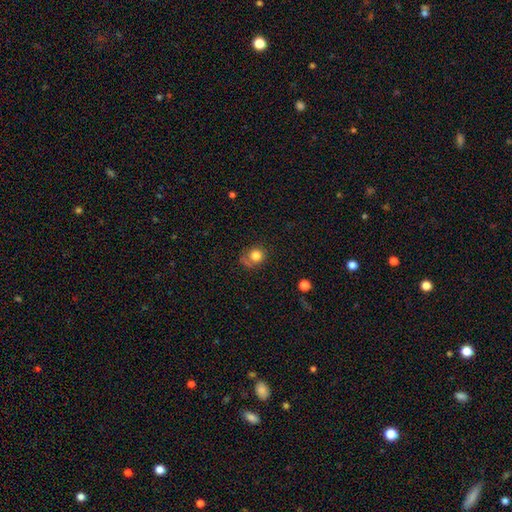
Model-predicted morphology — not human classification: smooth_or_featured: smooth (p=0.79) [alt: star or artifact p=0.11]
how_rounded: round (p=0.78) [alt: in between p=0.22]
merging: none (p=0.57) [alt: minor disturbance p=0.23]